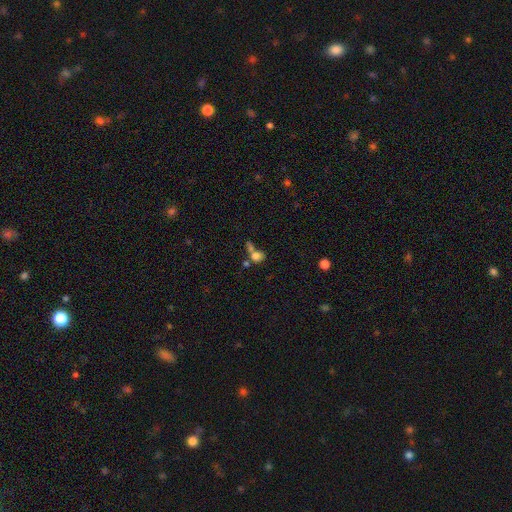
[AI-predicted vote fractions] Smooth or featured?
  - smooth: 74% *
  - featured or disk: 13%
  - star or artifact: 13%
How rounded?
  - round: 60% *
  - in between: 38%
  - cigar-shaped: 2%
Merging?
  - merger: 47% *
  - none: 33%
  - minor disturbance: 11%
  - major disturbance: 9%